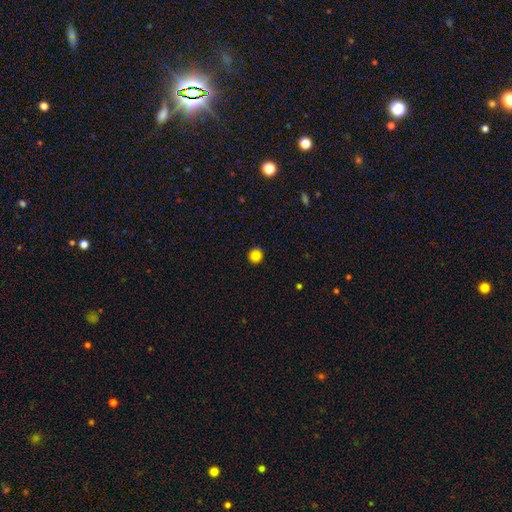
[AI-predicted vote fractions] Morphology: type=smooth (85%); roundness=round (93%); merging=none (91%).